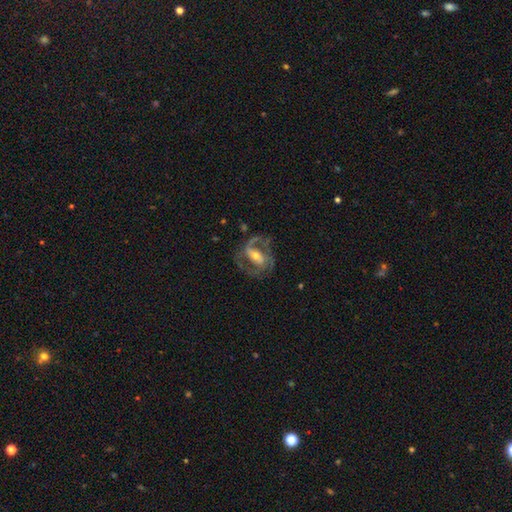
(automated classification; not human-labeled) Smooth or featured? featured or disk (86%)
Edge-on disk? no (96%)
Bar? strong (43%)
Spiral arms? yes (93%)
Spiral winding? medium (55%)
Spiral arm count? 2 (73%)
Bulge size? moderate (55%)
Merging? none (64%)